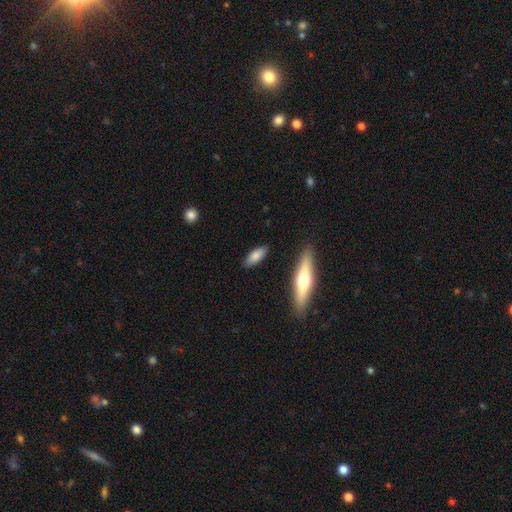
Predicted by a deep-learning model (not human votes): smooth_or_featured: smooth (p=0.79) [alt: featured or disk p=0.14]
how_rounded: in between (p=0.65) [alt: cigar-shaped p=0.33]
merging: none (p=0.85) [alt: minor disturbance p=0.10]